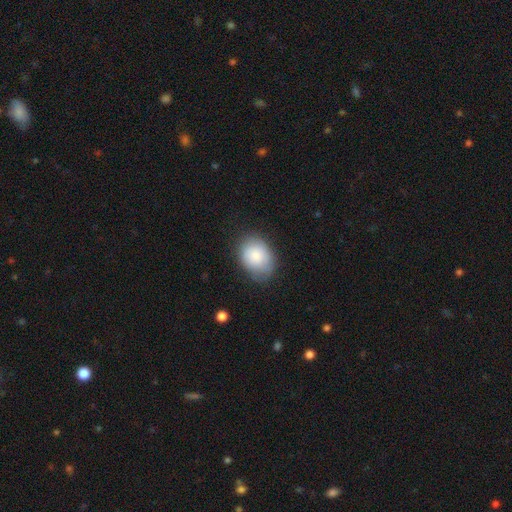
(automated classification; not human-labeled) smooth-or-featured: smooth: 84% | featured or disk: 10% | star or artifact: 7%
  how-rounded: in between: 65% | round: 34% | cigar-shaped: 1%
  merging: none: 72% | minor disturbance: 22% | major disturbance: 5% | merger: 2%